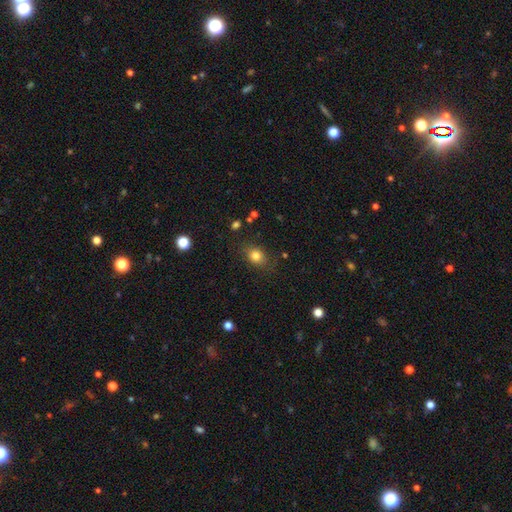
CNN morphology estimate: The model was most divided on "how rounded": round: 53%, in between: 46%, cigar-shaped: 1%. More confident: smooth or featured — smooth (81%); merging — none (79%).